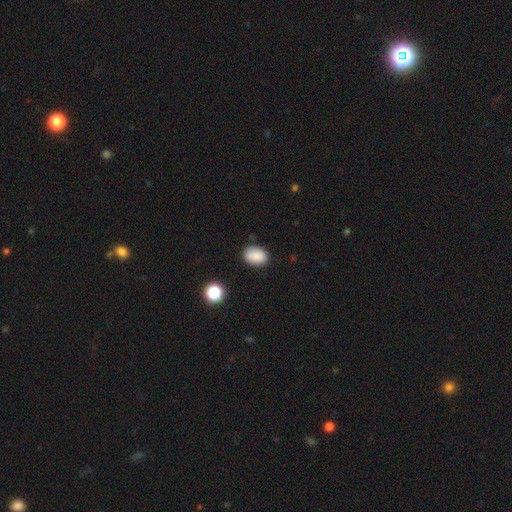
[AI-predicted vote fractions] This appears to be a smooth galaxy with no disk features (88%) that is in between round and cigar-shaped (80%). Merging: none (85%).